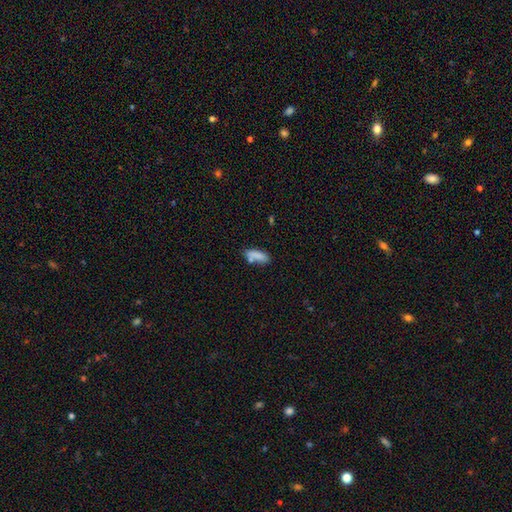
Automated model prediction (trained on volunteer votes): Smooth or featured? Predicted: smooth (p=0.81). How rounded? Predicted: in between (p=0.66). Merging? Predicted: none (p=0.55).